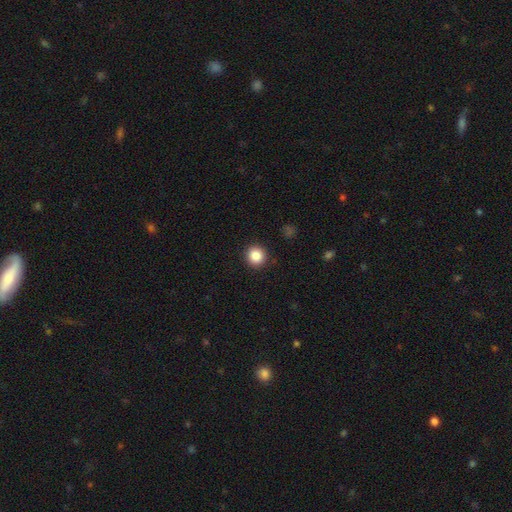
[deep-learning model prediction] The model was most divided on "smooth or featured": smooth: 87%, star or artifact: 10%, featured or disk: 4%. More confident: how rounded — round (94%); merging — none (92%).